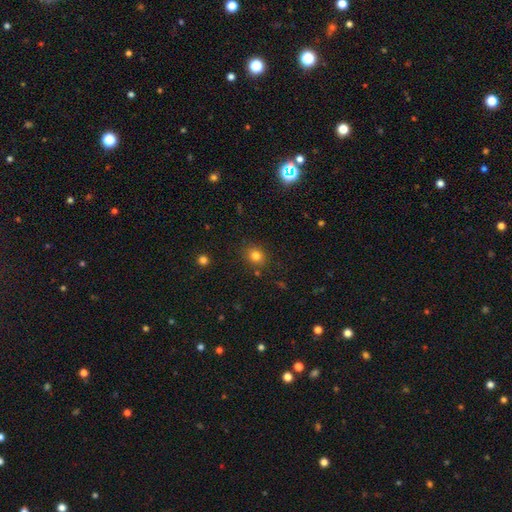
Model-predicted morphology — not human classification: type=smooth (81%); roundness=round (66%); merging=none (83%).